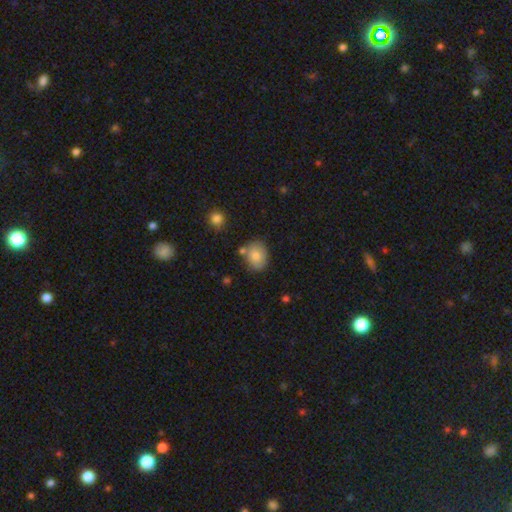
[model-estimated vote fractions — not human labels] Smooth or featured?
  - smooth: 75% *
  - featured or disk: 17%
  - star or artifact: 8%
How rounded?
  - in between: 55% *
  - round: 44%
  - cigar-shaped: 1%
Merging?
  - none: 69% *
  - minor disturbance: 19%
  - merger: 8%
  - major disturbance: 4%